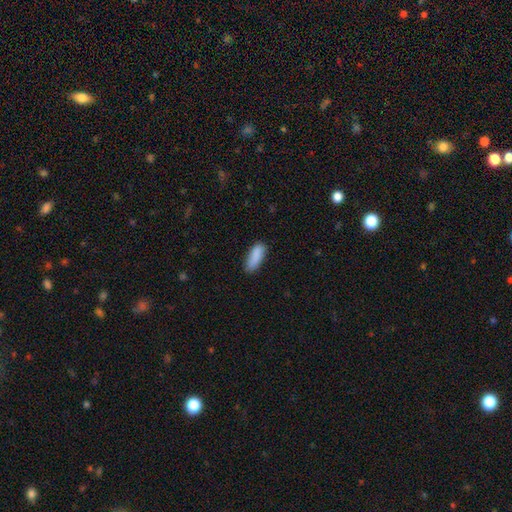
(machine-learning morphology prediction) smooth_or_featured: smooth (p=0.88) [alt: star or artifact p=0.07]
how_rounded: in between (p=0.68) [alt: cigar-shaped p=0.30]
merging: none (p=0.75) [alt: minor disturbance p=0.20]